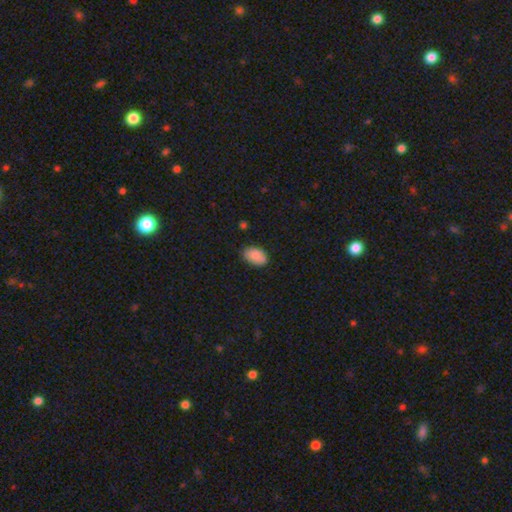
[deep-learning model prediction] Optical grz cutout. It shows a smooth galaxy with no disk features (88%) that is in between round and cigar-shaped (90%). Merging: none (84%).